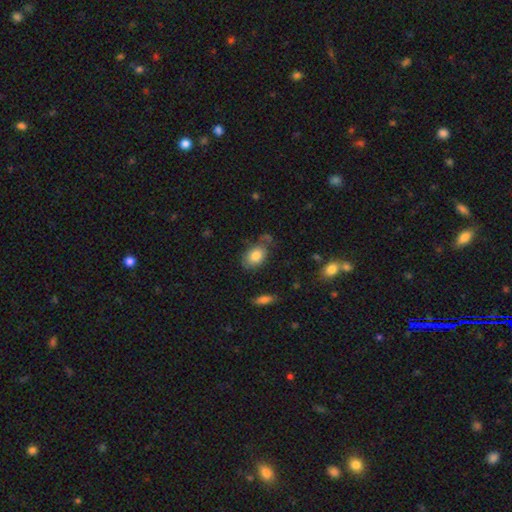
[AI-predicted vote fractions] Morphology: type=smooth (81%); roundness=in between (83%); merging=none (60%).